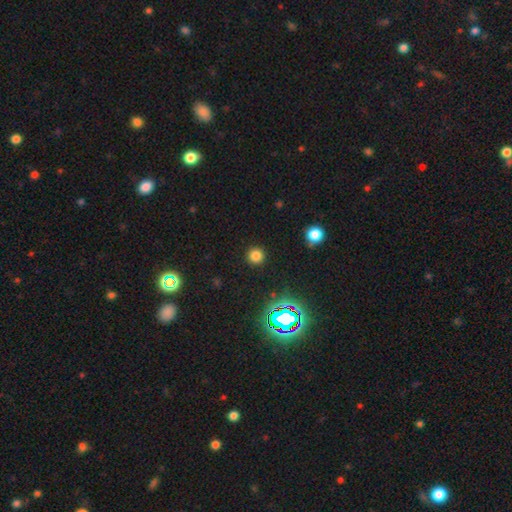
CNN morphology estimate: This is likely a smooth galaxy (77%). How rounded: clearly round (95%). Merging: clearly none (91%).